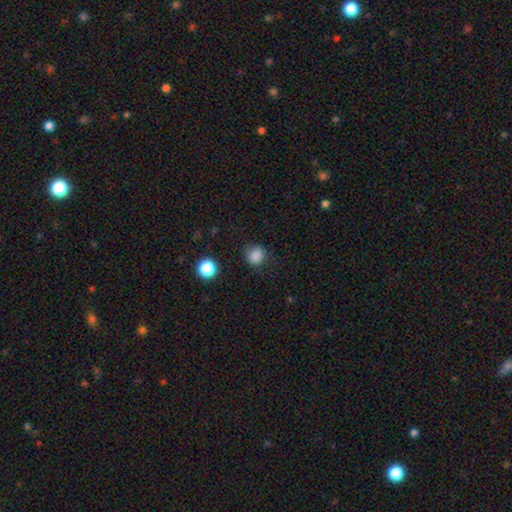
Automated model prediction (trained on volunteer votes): This appears to be a smooth galaxy with no disk features (84%) that is round (70%). Merging: none (77%).